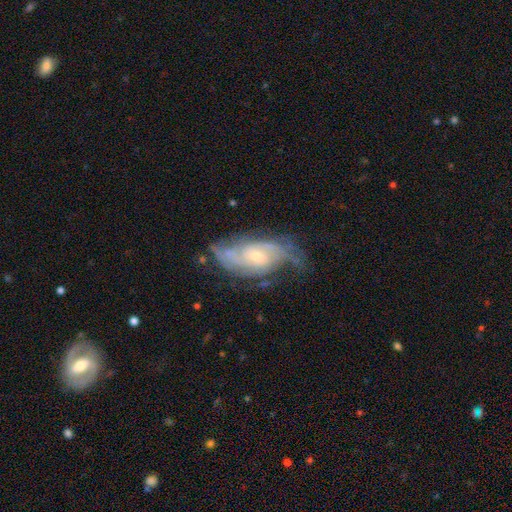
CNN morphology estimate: Q: Smooth or featured?
A: featured or disk (84%); runner-up: smooth (10%)
Q: Edge-on disk?
A: no (95%); runner-up: yes (5%)
Q: Bar?
A: no (65%); runner-up: weak (29%)
Q: Spiral arms?
A: yes (94%); runner-up: no (6%)
Q: Spiral winding?
A: tight (47%); runner-up: medium (39%)
Q: Spiral arm count?
A: 2 (39%); runner-up: can't tell (30%)
Q: Bulge size?
A: small (65%); runner-up: moderate (29%)
Q: Merging?
A: none (62%); runner-up: minor disturbance (23%)